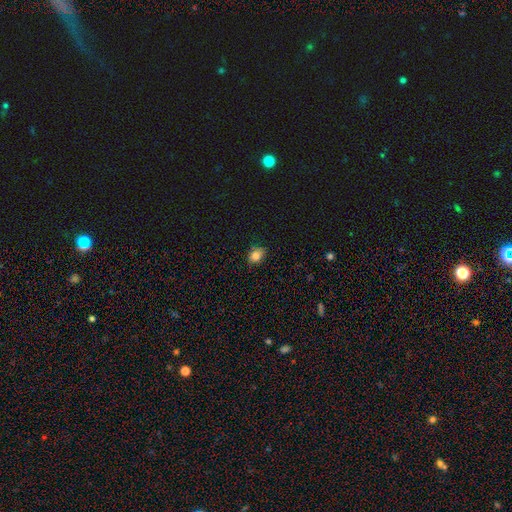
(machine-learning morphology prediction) Smooth or featured? Predicted: smooth (p=0.83). How rounded? Predicted: in between (p=0.56). Merging? Predicted: none (p=0.80).